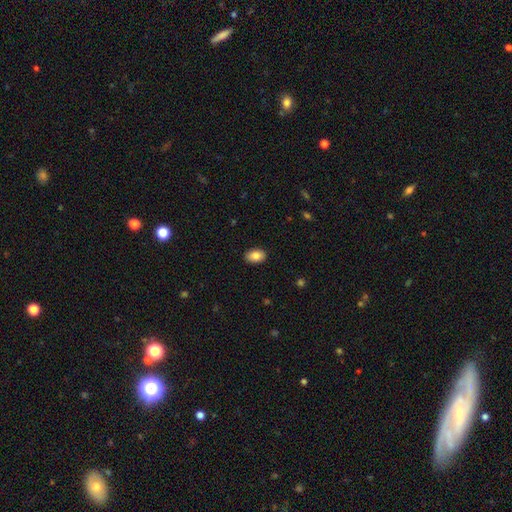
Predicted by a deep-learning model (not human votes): smooth 85%, featured or disk 8%, star or artifact 7%. Down the decision tree: how rounded — in between (90%); merging — none (89%).